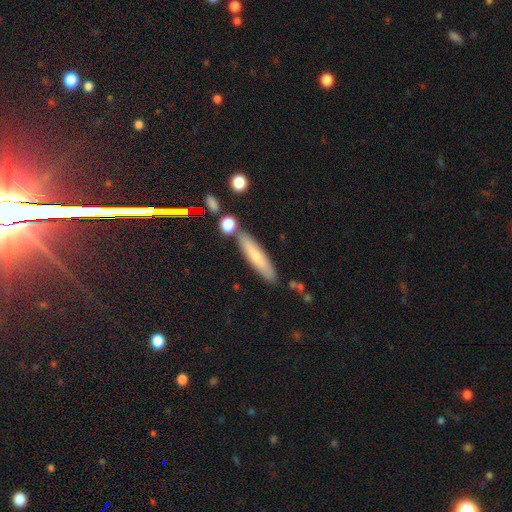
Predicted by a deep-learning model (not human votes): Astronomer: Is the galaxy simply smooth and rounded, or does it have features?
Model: smooth — 67%.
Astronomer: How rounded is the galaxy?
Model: cigar-shaped — 83%.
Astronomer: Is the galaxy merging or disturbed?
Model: none — 79%.